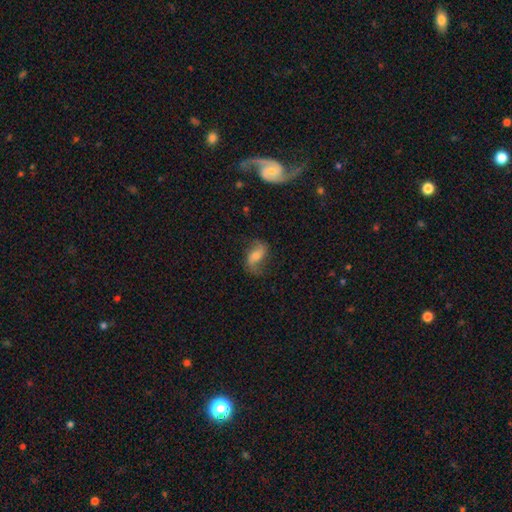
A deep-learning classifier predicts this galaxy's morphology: A featured or disk galaxy (67%) with a weak bar (45%), 2 (88%) loose (65%) spiral arms (92%) and a moderate central bulge (45%).

Vote fractions:
- Smooth or featured? featured or disk: 67% / smooth: 24% / star or artifact: 9%
- Edge-on disk? no: 96% / yes: 4%
- Bar? weak: 45% / no: 35% / strong: 20%
- Spiral arms? yes: 92% / no: 8%
- Spiral winding? loose: 65% / medium: 27% / tight: 8%
- Spiral arm count? 2: 88% / 1: 5% / can't tell: 4% / 3: 1% / 4: 1% / more than 4: 1%
- Bulge size? moderate: 45% / small: 34% / none: 10% / large: 9% / dominant: 2%
- Merging? none: 67% / minor disturbance: 19% / major disturbance: 11% / merger: 3%